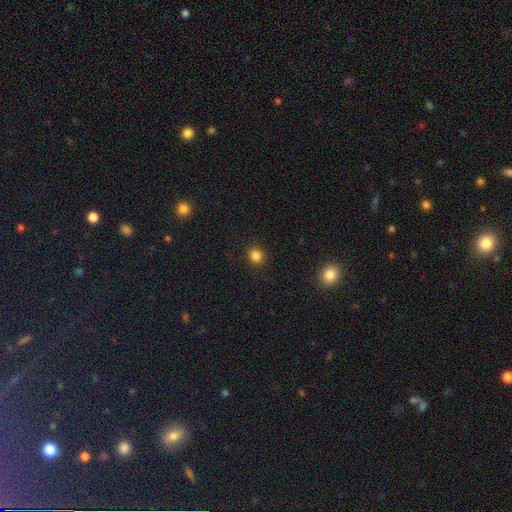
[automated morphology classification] The model was most divided on "smooth or featured": smooth: 84%, star or artifact: 12%, featured or disk: 4%. More confident: merging — none (90%); how rounded — round (86%).